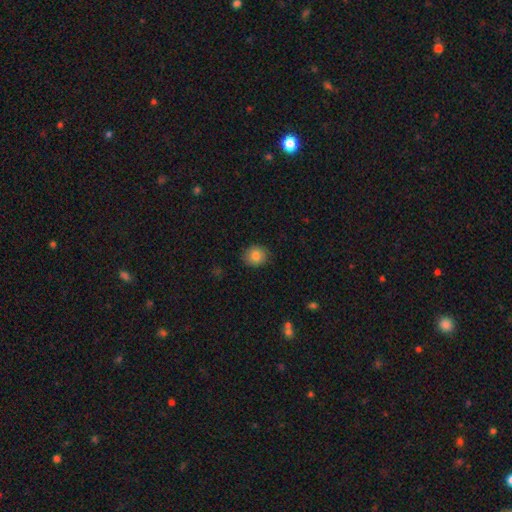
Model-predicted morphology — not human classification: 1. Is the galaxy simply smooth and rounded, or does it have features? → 82% smooth, 10% star or artifact, 8% featured or disk.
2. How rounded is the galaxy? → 80% round, 19% in between, 1% cigar-shaped.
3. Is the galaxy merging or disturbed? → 87% none, 10% minor disturbance, 2% major disturbance, 1% merger.